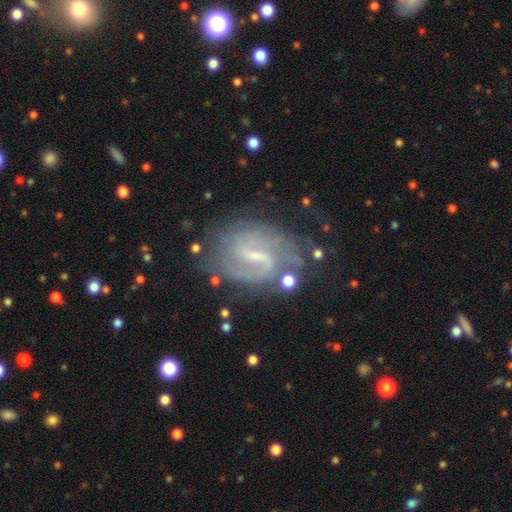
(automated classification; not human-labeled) Smooth or featured? Predicted: featured or disk (p=0.84). Edge-on disk? Predicted: no (p=0.97). Bar? Predicted: weak (p=0.51). Spiral arms? Predicted: yes (p=0.94). Spiral winding? Predicted: medium (p=0.45). Spiral arm count? Predicted: 2 (p=0.72). Bulge size? Predicted: small (p=0.62). Merging? Predicted: none (p=0.69).